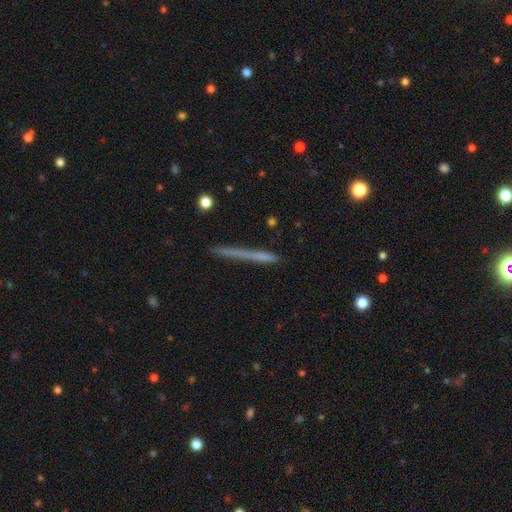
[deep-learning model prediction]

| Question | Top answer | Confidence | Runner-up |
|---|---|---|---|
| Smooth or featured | smooth | 55% | featured or disk (37%) |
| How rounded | cigar-shaped | 96% | in between (2%) |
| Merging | none | 85% | minor disturbance (11%) |